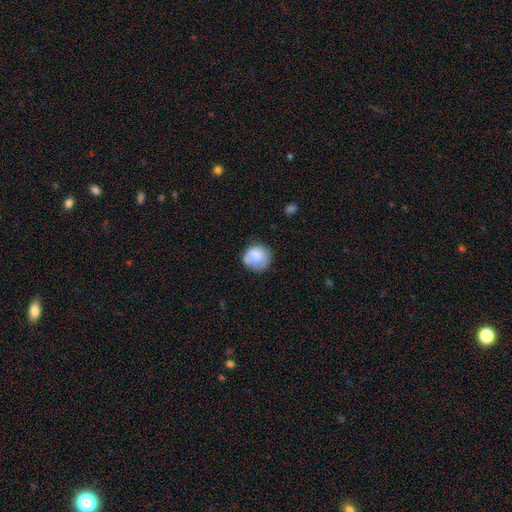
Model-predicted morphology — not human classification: Smooth or featured? Predicted: smooth (p=0.78). How rounded? Predicted: round (p=0.85). Merging? Predicted: none (p=0.61).